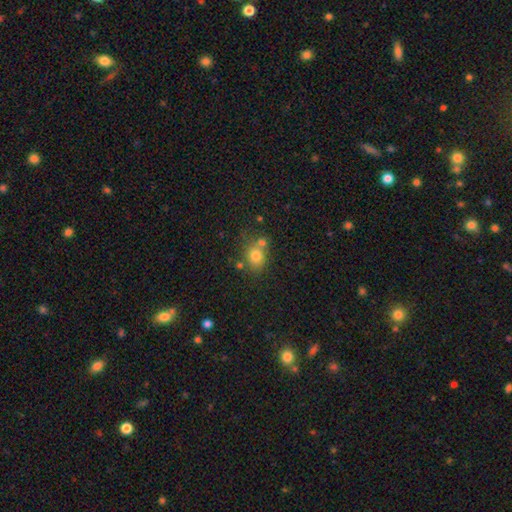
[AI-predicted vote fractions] Smooth or featured? Predicted: smooth (p=0.77). How rounded? Predicted: round (p=0.64). Merging? Predicted: none (p=0.60).